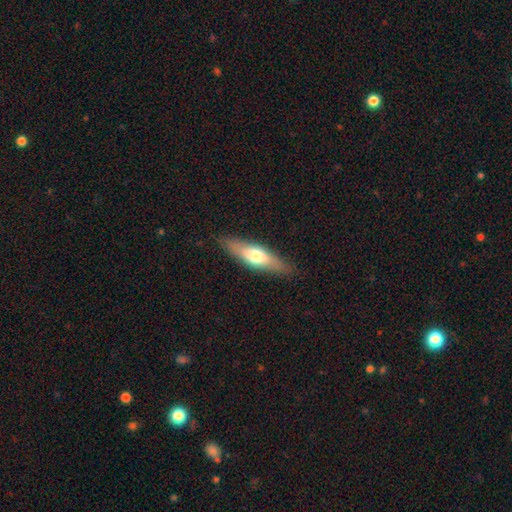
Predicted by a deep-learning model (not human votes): A smooth galaxy with no disk features (56%) that is cigar-shaped (56%).

Vote fractions:
- Smooth or featured? smooth: 56% / featured or disk: 39% / star or artifact: 6%
- How rounded? cigar-shaped: 56% / in between: 42% / round: 2%
- Merging? none: 85% / minor disturbance: 11% / major disturbance: 3% / merger: 1%